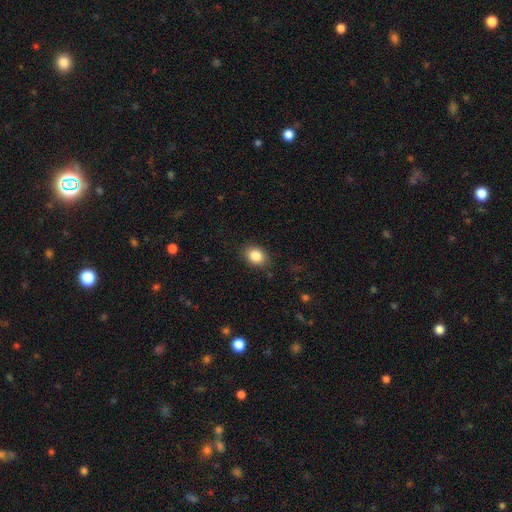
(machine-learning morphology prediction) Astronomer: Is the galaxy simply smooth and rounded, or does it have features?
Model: smooth — 86%.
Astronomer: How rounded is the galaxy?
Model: in between — 65%.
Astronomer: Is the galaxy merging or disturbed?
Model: none — 86%.